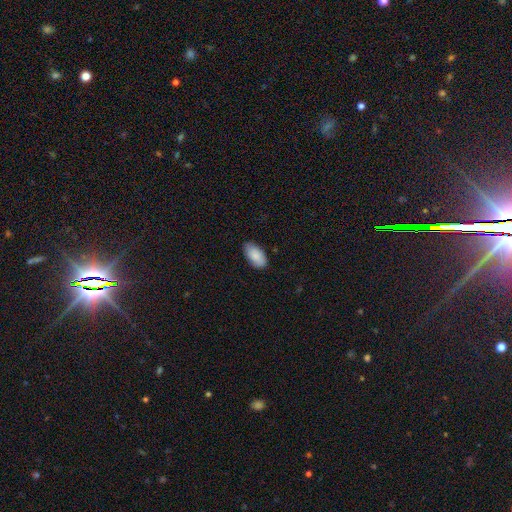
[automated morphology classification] smooth 86%, featured or disk 8%, star or artifact 6%. Down the decision tree: how rounded — in between (95%); merging — none (82%).